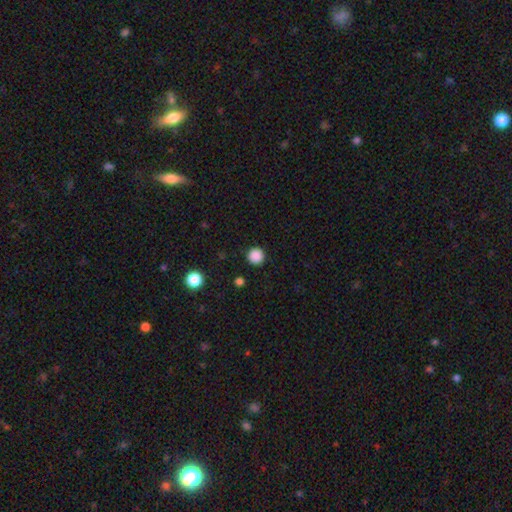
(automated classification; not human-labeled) smooth-or-featured: smooth: 87% | star or artifact: 11% | featured or disk: 2%
  how-rounded: round: 96% | in between: 3% | cigar-shaped: 1%
  merging: none: 92% | minor disturbance: 5% | major disturbance: 2% | merger: 1%